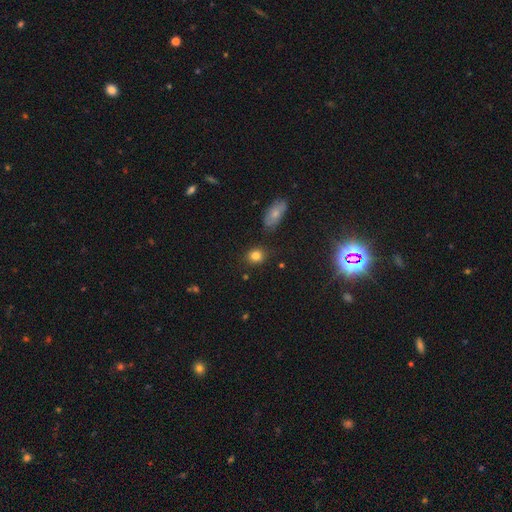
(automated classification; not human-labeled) Smooth or featured: smooth — 83% (star or artifact — 11%)
How rounded: round — 71% (in between — 28%)
Merging: none — 82% (minor disturbance — 11%)